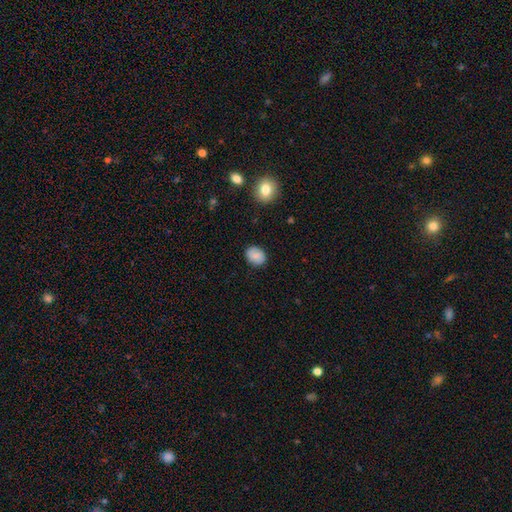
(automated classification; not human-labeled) Smooth or featured?
  - smooth: 81% *
  - featured or disk: 11%
  - star or artifact: 8%
How rounded?
  - in between: 55% *
  - round: 44%
  - cigar-shaped: 1%
Merging?
  - none: 85% *
  - minor disturbance: 11%
  - major disturbance: 2%
  - merger: 1%